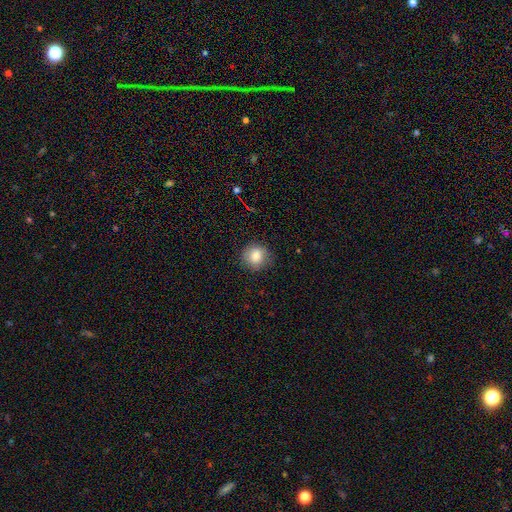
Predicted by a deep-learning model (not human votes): Overall: smooth (82%). How rounded: round (87%). Merging: none (84%).